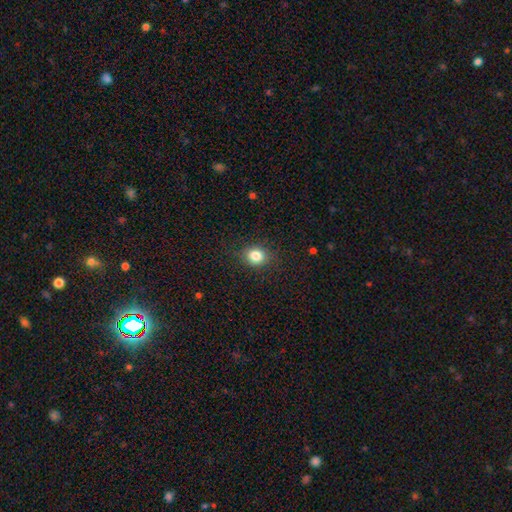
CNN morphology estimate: Smooth or featured: smooth — 83% (star or artifact — 11%)
How rounded: round — 61% (in between — 38%)
Merging: none — 86% (minor disturbance — 10%)